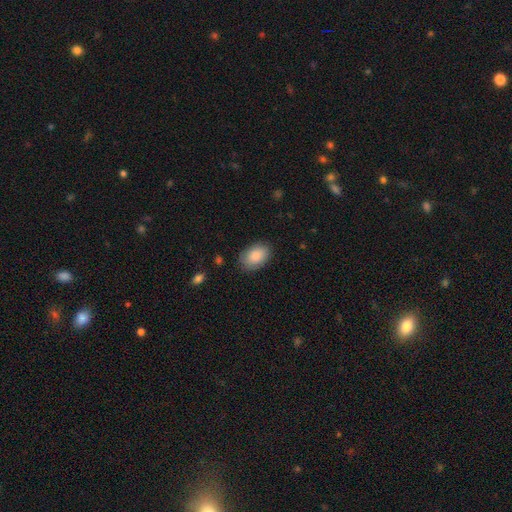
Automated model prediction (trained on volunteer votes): smooth 88%, star or artifact 6%, featured or disk 5%. Down the decision tree: how rounded — in between (88%); merging — none (84%).